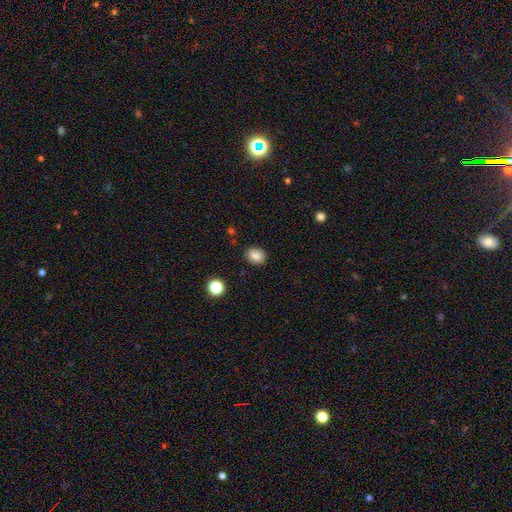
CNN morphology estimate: smooth 84%, star or artifact 11%, featured or disk 5%. Down the decision tree: how rounded — round (51%); merging — none (85%).